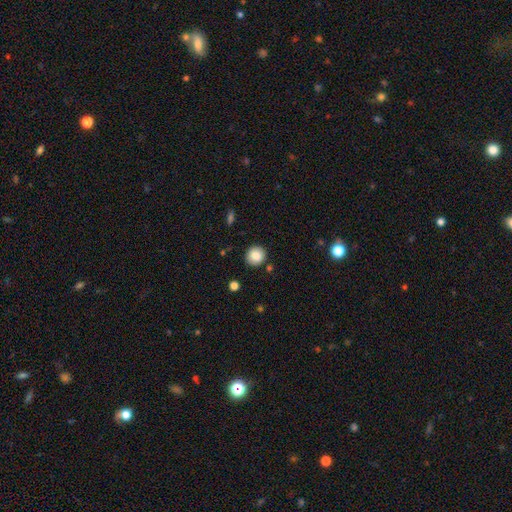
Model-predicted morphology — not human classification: This is clearly a smooth galaxy (85%). How rounded: clearly round (91%). Merging: clearly none (88%).